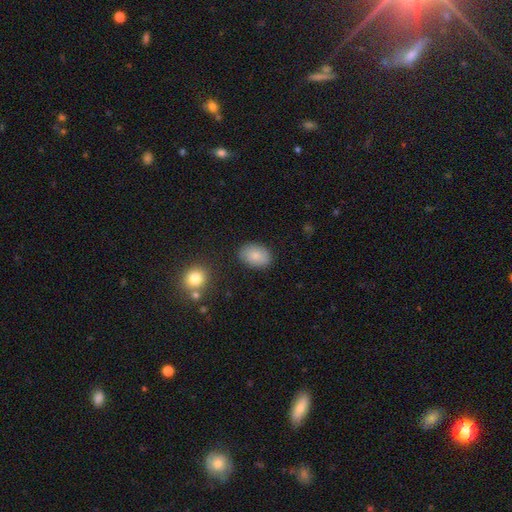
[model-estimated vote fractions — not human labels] Overall: smooth (85%). How rounded: in between (83%). Merging: none (85%).